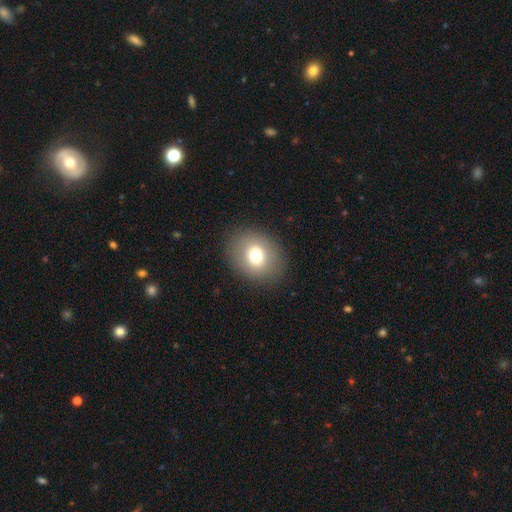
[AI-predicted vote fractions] Smooth or featured?
  - smooth: 73% *
  - featured or disk: 17%
  - star or artifact: 10%
How rounded?
  - round: 53% *
  - in between: 46%
  - cigar-shaped: 1%
Merging?
  - none: 88% *
  - minor disturbance: 8%
  - major disturbance: 3%
  - merger: 1%